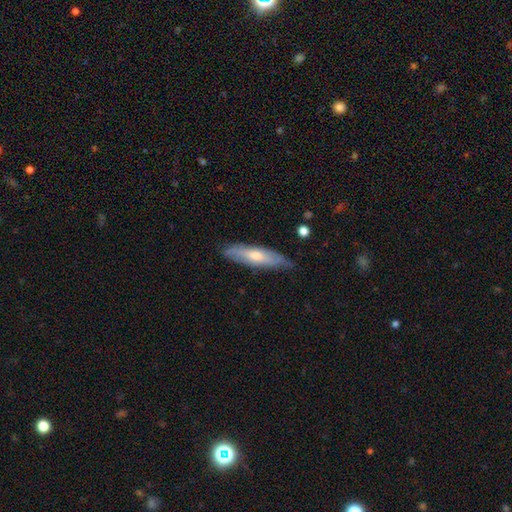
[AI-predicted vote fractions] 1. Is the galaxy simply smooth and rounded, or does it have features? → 49% smooth, 45% featured or disk, 6% star or artifact.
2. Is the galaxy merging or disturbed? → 79% none, 17% minor disturbance, 3% major disturbance, 1% merger.